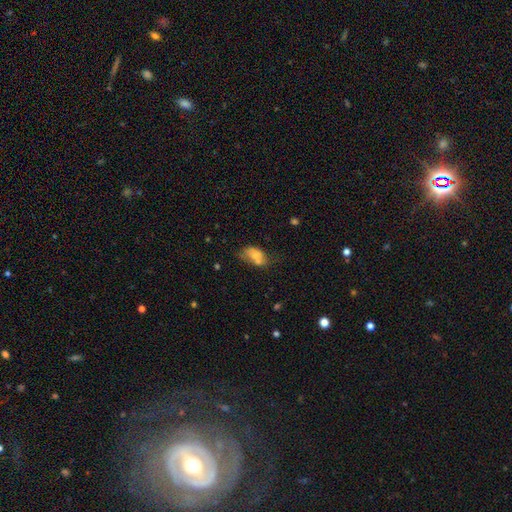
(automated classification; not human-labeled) Q: Smooth or featured?
A: smooth (65%); runner-up: featured or disk (26%)
Q: How rounded?
A: in between (87%); runner-up: round (11%)
Q: Merging?
A: none (37%); runner-up: merger (28%)